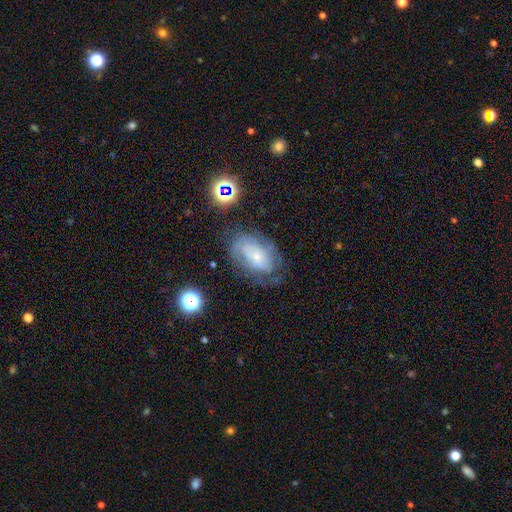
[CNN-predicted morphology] A featured or disk galaxy (57%) with no bar (74%), spiral arms (67%) and a small central bulge (68%).

Vote fractions:
- Smooth or featured? featured or disk: 57% / smooth: 32% / star or artifact: 11%
- Edge-on disk? no: 95% / yes: 5%
- Bar? no: 74% / weak: 20% / strong: 6%
- Spiral arms? yes: 67% / no: 33%
- Bulge size? small: 68% / moderate: 23% / none: 4% / large: 4% / dominant: 2%
- Merging? none: 57% / minor disturbance: 24% / major disturbance: 17% / merger: 3%